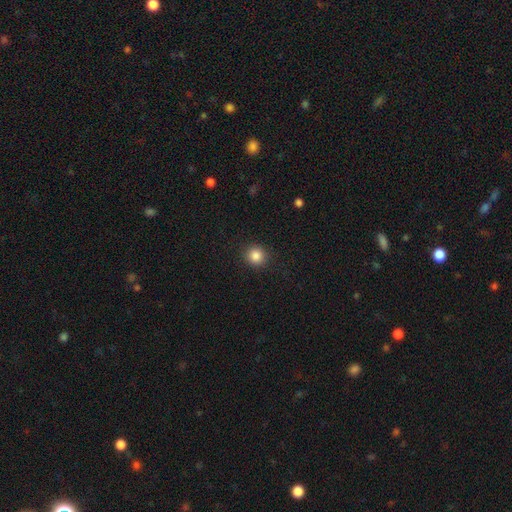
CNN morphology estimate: smooth_or_featured: smooth (p=0.86) [alt: star or artifact p=0.11]
how_rounded: round (p=0.91) [alt: in between p=0.08]
merging: none (p=0.90) [alt: minor disturbance p=0.06]